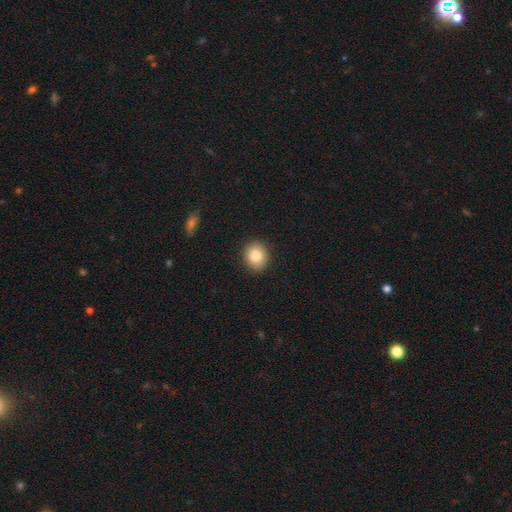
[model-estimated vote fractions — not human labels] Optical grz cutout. It shows a smooth galaxy with no disk features (83%) that is round (74%). Merging: none (91%).